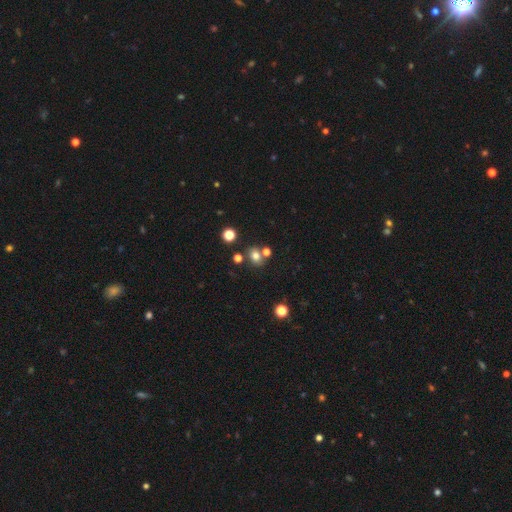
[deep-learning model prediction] This appears to be a smooth galaxy with no disk features (73%) that is round (56%). Merging: none (65%).